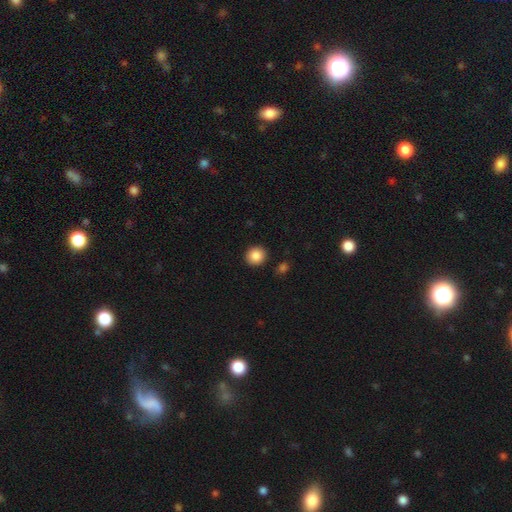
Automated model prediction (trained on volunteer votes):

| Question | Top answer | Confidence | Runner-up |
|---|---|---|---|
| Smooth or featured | smooth | 87% | star or artifact (9%) |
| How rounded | round | 90% | in between (9%) |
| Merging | none | 91% | minor disturbance (6%) |